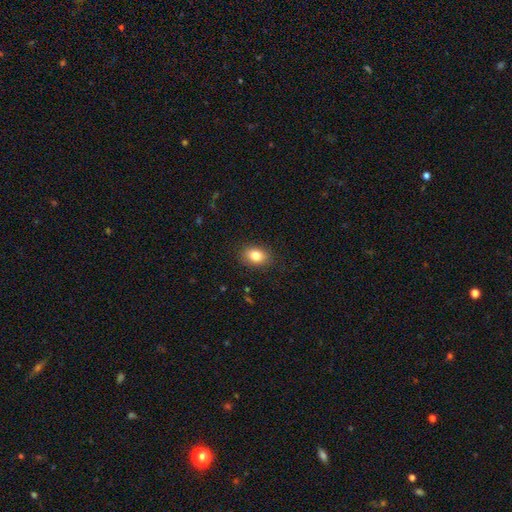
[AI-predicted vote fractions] Overall: smooth (83%). How rounded: in between (75%). Merging: none (87%).